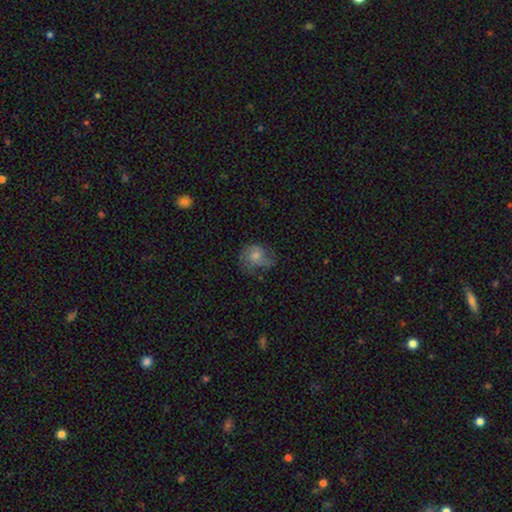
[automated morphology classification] type=smooth (47%); merging=none (50%).